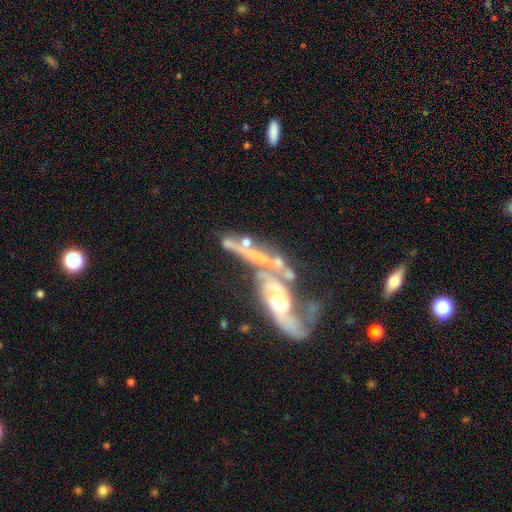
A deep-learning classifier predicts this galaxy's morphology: Q: Smooth or featured?
A: featured or disk (79%); runner-up: smooth (12%)
Q: Edge-on disk?
A: no (76%); runner-up: yes (24%)
Q: Bar?
A: no (60%); runner-up: weak (25%)
Q: Spiral arms?
A: yes (76%); runner-up: no (24%)
Q: Bulge size?
A: moderate (48%); runner-up: small (26%)
Q: Merging?
A: merger (39%); runner-up: major disturbance (26%)